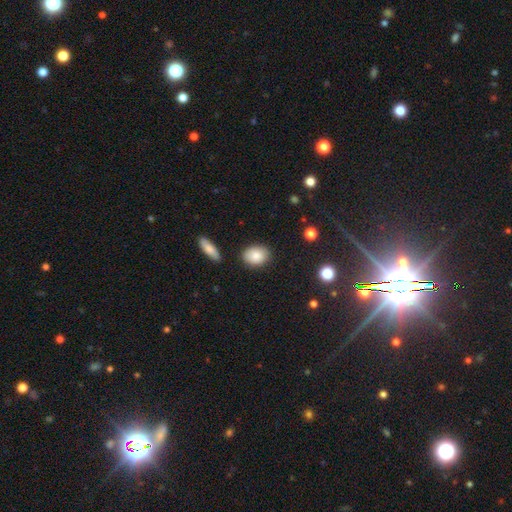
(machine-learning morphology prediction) smooth-or-featured: smooth: 86% | star or artifact: 7% | featured or disk: 7%
  how-rounded: in between: 70% | round: 29% | cigar-shaped: 2%
  merging: none: 83% | minor disturbance: 11% | merger: 3% | major disturbance: 3%